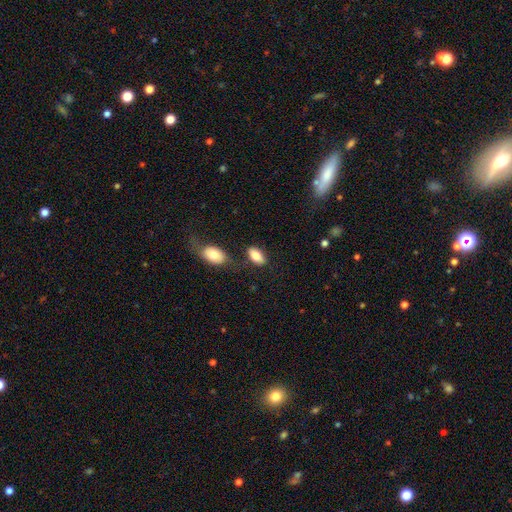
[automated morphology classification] type=smooth (83%); roundness=in between (92%); merging=none (69%).